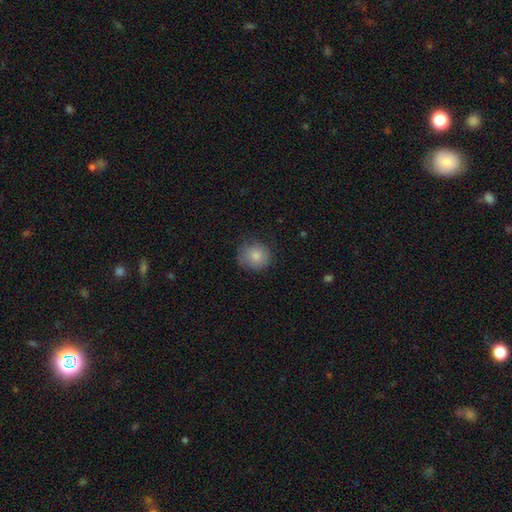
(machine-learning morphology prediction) Q: Smooth or featured?
A: smooth (84%); runner-up: star or artifact (9%)
Q: How rounded?
A: round (89%); runner-up: in between (10%)
Q: Merging?
A: none (78%); runner-up: minor disturbance (17%)